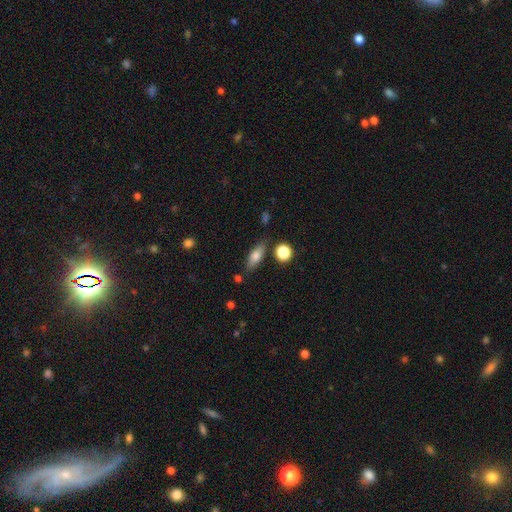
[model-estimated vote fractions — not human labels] Q: Smooth or featured?
A: smooth (76%); runner-up: featured or disk (16%)
Q: How rounded?
A: in between (68%); runner-up: cigar-shaped (27%)
Q: Merging?
A: none (78%); runner-up: minor disturbance (14%)